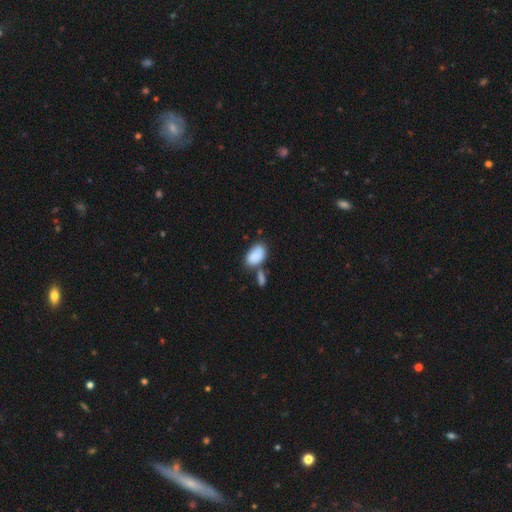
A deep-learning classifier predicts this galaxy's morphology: This appears to be a smooth galaxy with no disk features (84%) that is in between round and cigar-shaped (93%). Merging: none (41%).